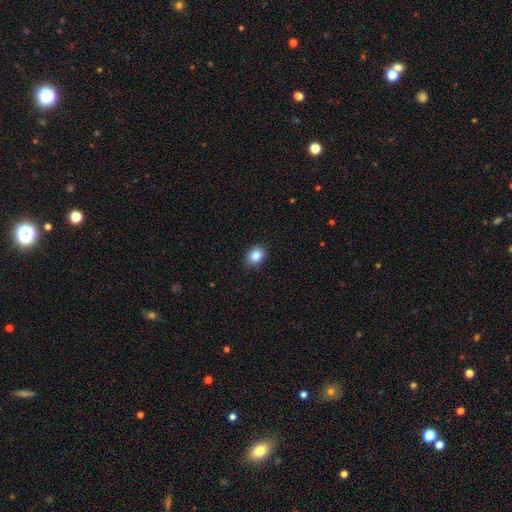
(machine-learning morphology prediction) Smooth or featured? smooth (87%)
How rounded? in between (59%)
Merging? none (88%)